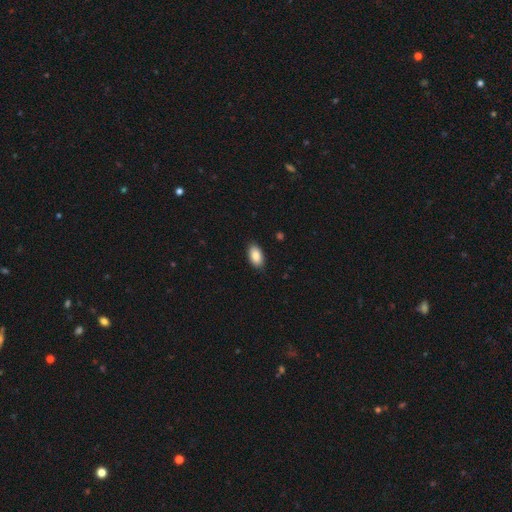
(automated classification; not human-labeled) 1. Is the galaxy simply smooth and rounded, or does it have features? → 88% smooth, 7% star or artifact, 5% featured or disk.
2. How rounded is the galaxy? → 94% in between, 4% round, 2% cigar-shaped.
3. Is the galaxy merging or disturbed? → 87% none, 10% minor disturbance, 2% major disturbance, 1% merger.